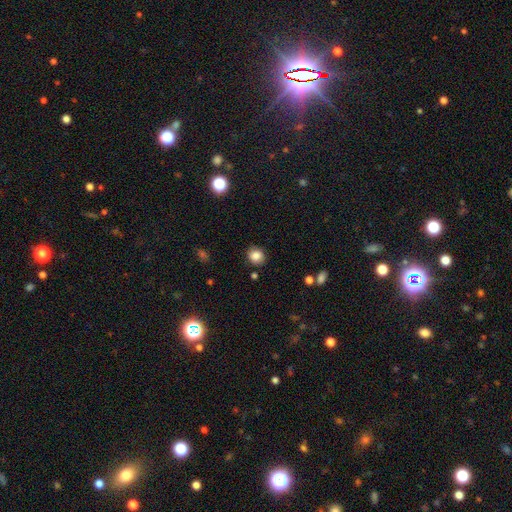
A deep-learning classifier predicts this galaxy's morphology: This is clearly a smooth galaxy (84%). How rounded: clearly round (81%). Merging: clearly none (86%).